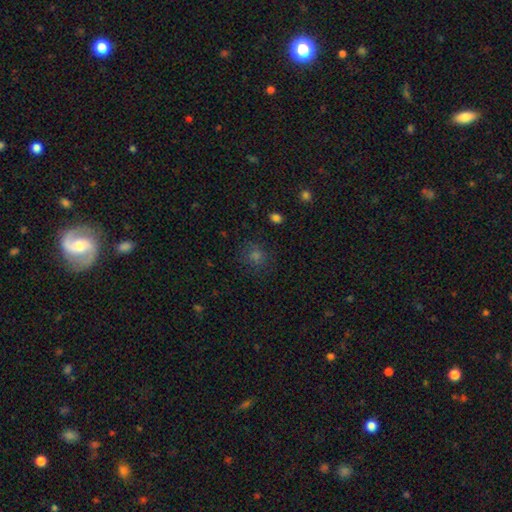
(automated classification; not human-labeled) Overall: smooth (62%; star or artifact 30%). How rounded: round (83%). Merging: none (83%).